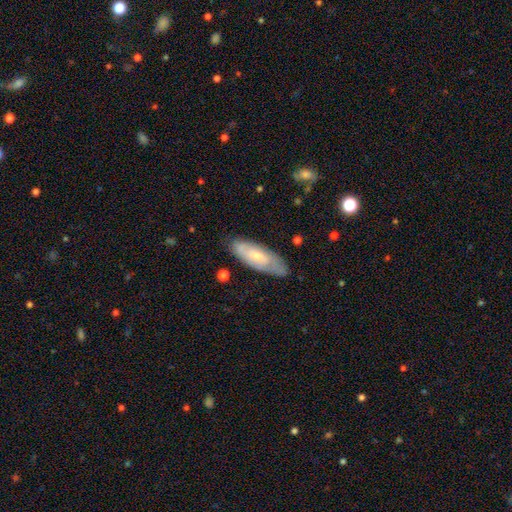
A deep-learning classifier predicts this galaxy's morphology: Smooth or featured? smooth (48%)
Merging? none (77%)